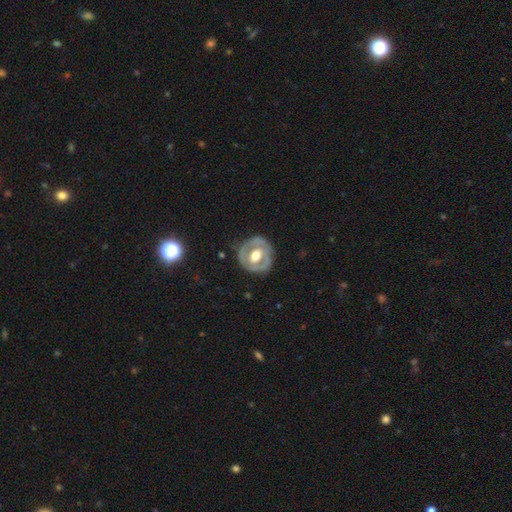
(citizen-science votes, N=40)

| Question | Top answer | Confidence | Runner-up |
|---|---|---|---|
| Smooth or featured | featured or disk | 80% | smooth (15%) |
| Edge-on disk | no | 97% | yes (3%) |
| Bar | weak | 45% | no (39%) |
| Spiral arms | yes | 61% | no (39%) |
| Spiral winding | tight | 68% | medium (26%) |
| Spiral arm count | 2 | 58% | 1 (26%) |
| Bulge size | moderate | 84% | large (10%) |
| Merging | none | 79% | minor disturbance (21%) |